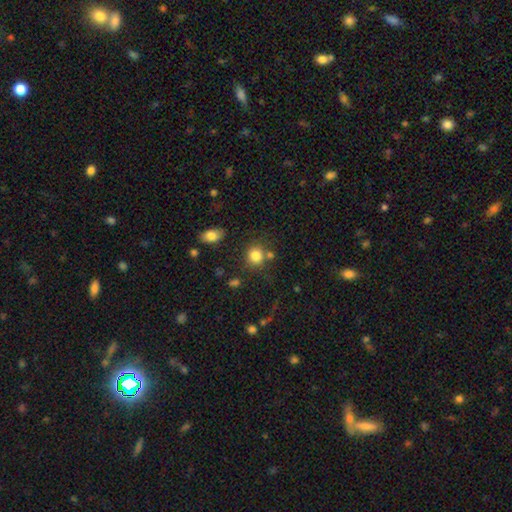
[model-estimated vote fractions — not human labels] The model was most divided on "merging": none: 71%, merger: 13%, minor disturbance: 12%, major disturbance: 5%. More confident: smooth or featured — smooth (83%); how rounded — round (82%).